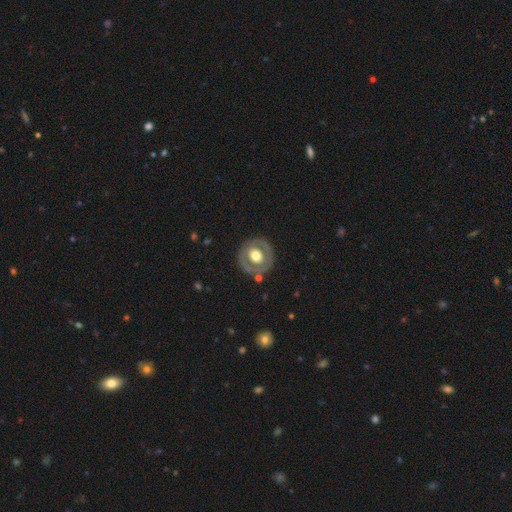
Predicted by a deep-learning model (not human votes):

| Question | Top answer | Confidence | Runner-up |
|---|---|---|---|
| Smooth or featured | featured or disk | 54% | smooth (41%) |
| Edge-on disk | no | 94% | yes (6%) |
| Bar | no | 79% | weak (16%) |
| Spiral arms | no | 85% | yes (15%) |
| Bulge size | moderate | 49% | large (43%) |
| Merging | none | 80% | minor disturbance (12%) |